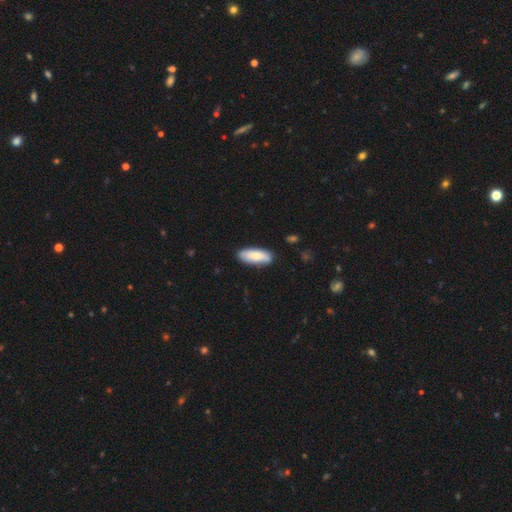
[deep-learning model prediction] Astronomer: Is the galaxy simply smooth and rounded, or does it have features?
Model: smooth — 74%.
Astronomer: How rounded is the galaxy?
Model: in between — 77%.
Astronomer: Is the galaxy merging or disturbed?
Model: none — 84%.